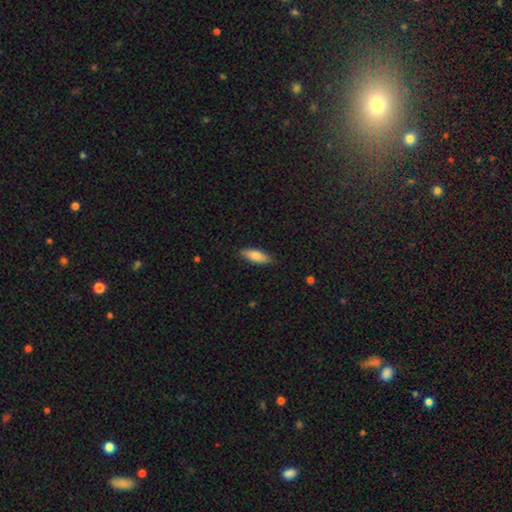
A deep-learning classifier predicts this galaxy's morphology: Q: Smooth or featured?
A: smooth (82%); runner-up: featured or disk (13%)
Q: How rounded?
A: in between (65%); runner-up: cigar-shaped (33%)
Q: Merging?
A: none (85%); runner-up: minor disturbance (12%)